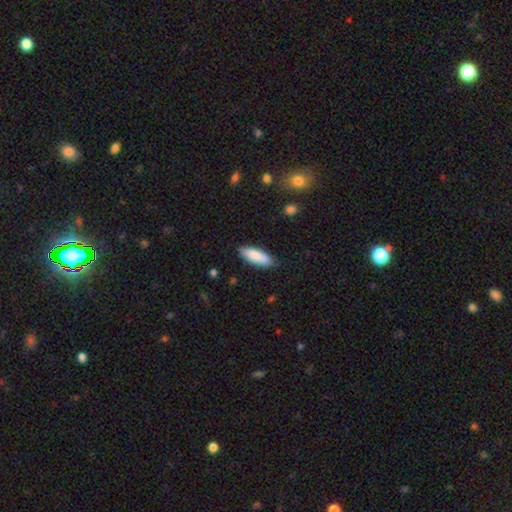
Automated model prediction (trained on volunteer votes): Smooth or featured: smooth — 85% (featured or disk — 9%)
How rounded: in between — 62% (cigar-shaped — 37%)
Merging: none — 84% (minor disturbance — 13%)